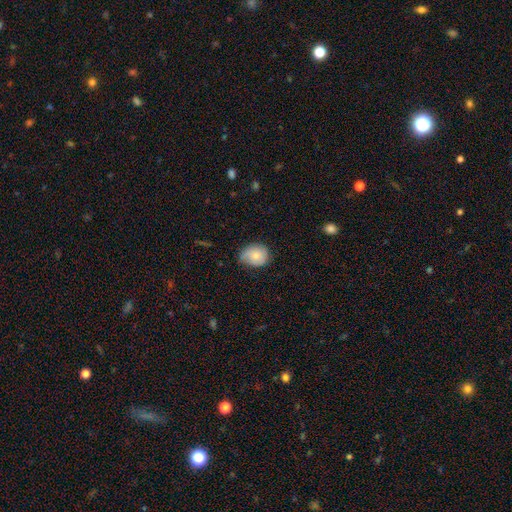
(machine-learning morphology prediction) Q: Smooth or featured?
A: smooth (75%); runner-up: featured or disk (18%)
Q: How rounded?
A: round (60%); runner-up: in between (40%)
Q: Merging?
A: none (53%); runner-up: minor disturbance (37%)